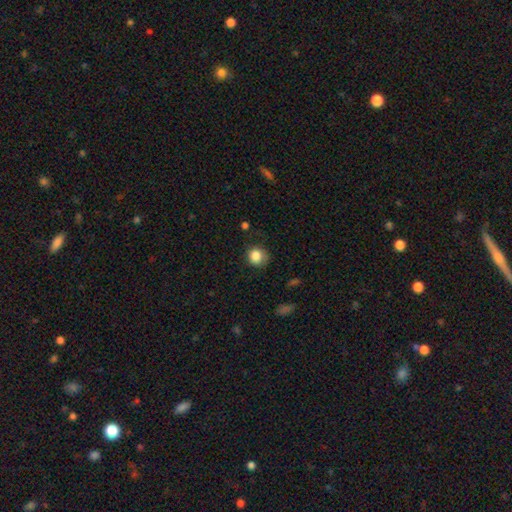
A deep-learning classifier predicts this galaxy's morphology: Smooth or featured: smooth — 85% (star or artifact — 10%)
How rounded: round — 87% (in between — 12%)
Merging: none — 74% (minor disturbance — 20%)